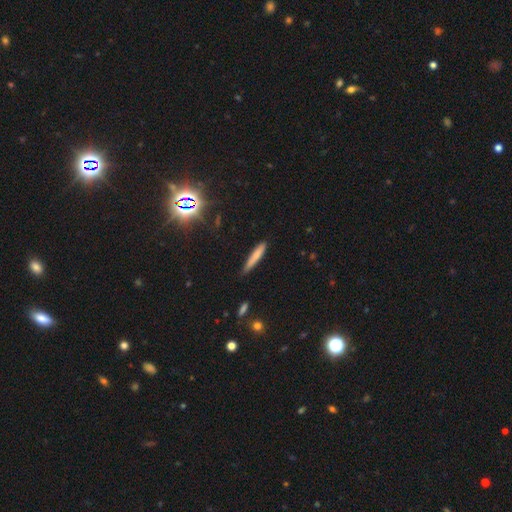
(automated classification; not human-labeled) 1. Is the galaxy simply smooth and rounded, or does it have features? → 73% smooth, 18% featured or disk, 9% star or artifact.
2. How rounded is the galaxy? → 91% cigar-shaped, 7% in between, 1% round.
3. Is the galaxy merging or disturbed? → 76% none, 19% minor disturbance, 3% major disturbance, 2% merger.